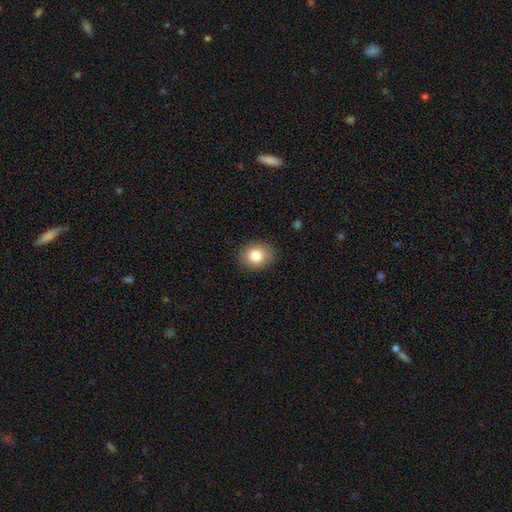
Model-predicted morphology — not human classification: Q: Smooth or featured?
A: smooth (84%); runner-up: star or artifact (9%)
Q: How rounded?
A: round (53%); runner-up: in between (46%)
Q: Merging?
A: none (88%); runner-up: minor disturbance (9%)